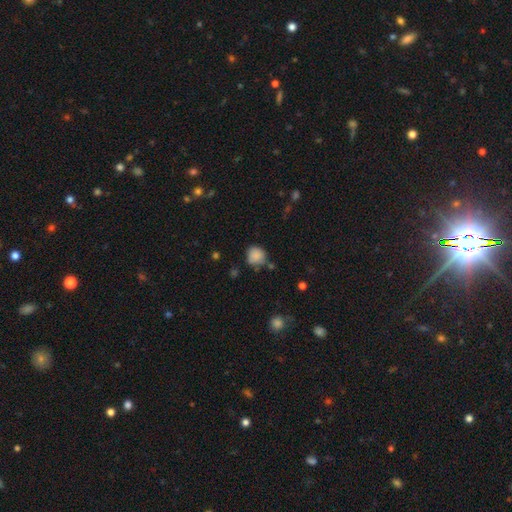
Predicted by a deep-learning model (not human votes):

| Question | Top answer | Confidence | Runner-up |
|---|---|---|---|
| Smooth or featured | smooth | 85% | star or artifact (9%) |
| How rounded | round | 86% | in between (13%) |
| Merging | none | 66% | minor disturbance (21%) |